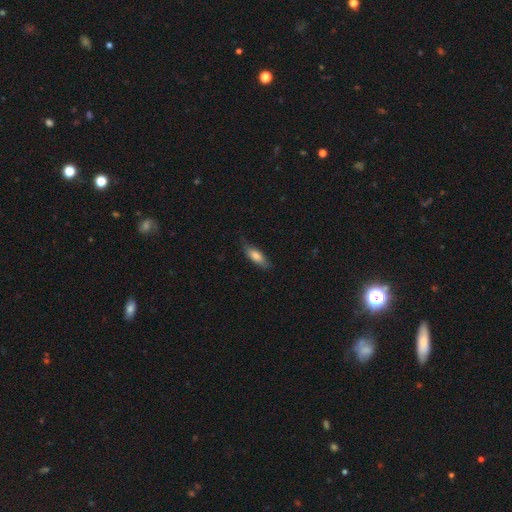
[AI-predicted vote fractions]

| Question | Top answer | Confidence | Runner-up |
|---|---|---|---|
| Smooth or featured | smooth | 77% | featured or disk (17%) |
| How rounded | in between | 61% | cigar-shaped (37%) |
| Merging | none | 74% | minor disturbance (21%) |